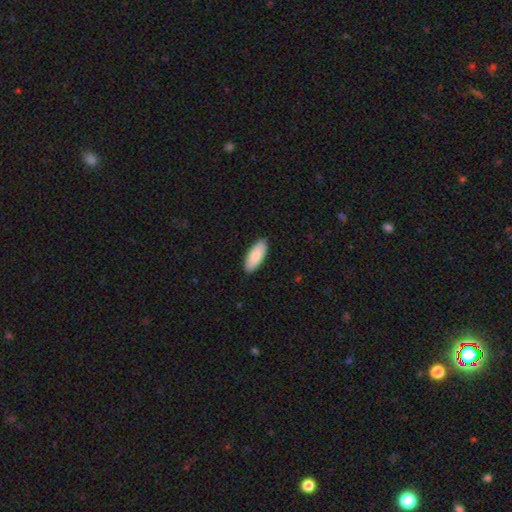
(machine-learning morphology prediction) smooth 87%, featured or disk 8%, star or artifact 5%. Down the decision tree: how rounded — in between (82%); merging — none (89%).